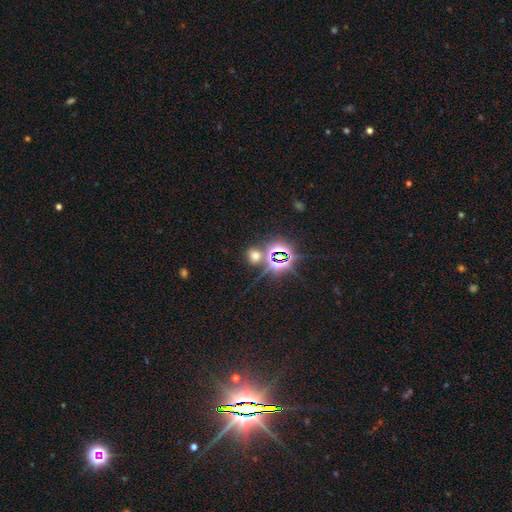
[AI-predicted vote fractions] The model was most divided on "smooth or featured": smooth: 48%, star or artifact: 45%, featured or disk: 8%. More confident: merging — none (73%).